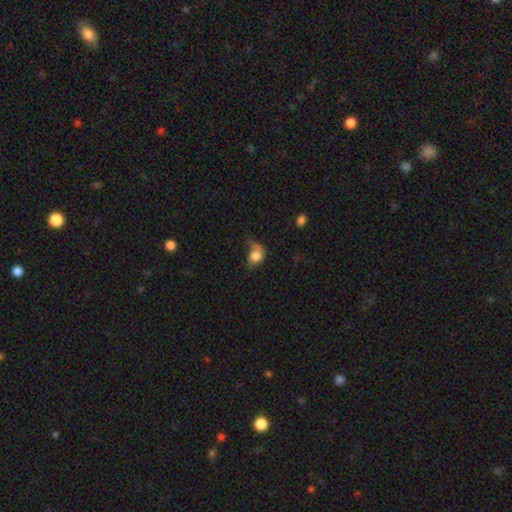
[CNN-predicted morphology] Overall: smooth (70%). How rounded: round (50%; in between 49%). Merging: major disturbance (40%; minor disturbance 27%).